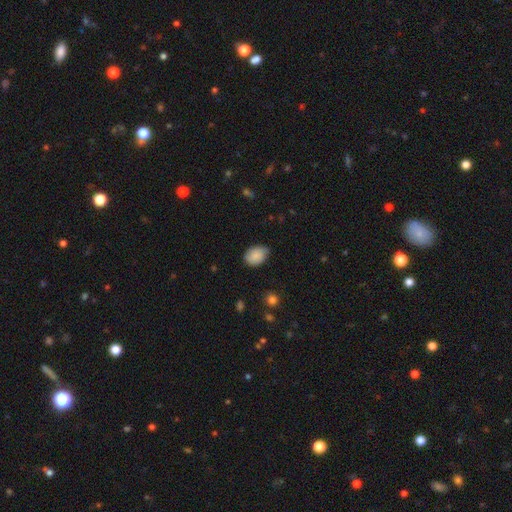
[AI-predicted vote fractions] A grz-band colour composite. It shows a smooth galaxy with no disk features (84%) that is in between round and cigar-shaped (76%). Merging: none (65%).